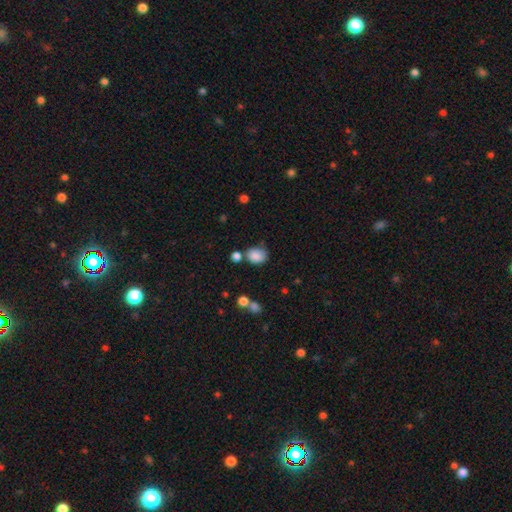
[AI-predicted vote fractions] The model was most divided on "how rounded": in between: 58%, round: 41%, cigar-shaped: 1%. More confident: smooth or featured — smooth (86%); merging — none (61%).